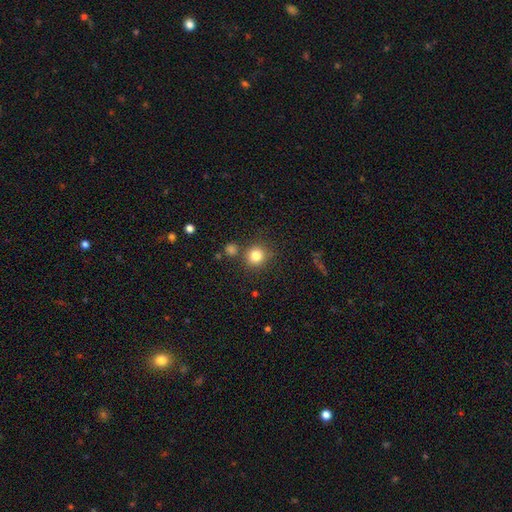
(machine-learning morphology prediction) Smooth or featured: smooth — 82% (star or artifact — 12%)
How rounded: round — 91% (in between — 8%)
Merging: none — 80% (minor disturbance — 9%)